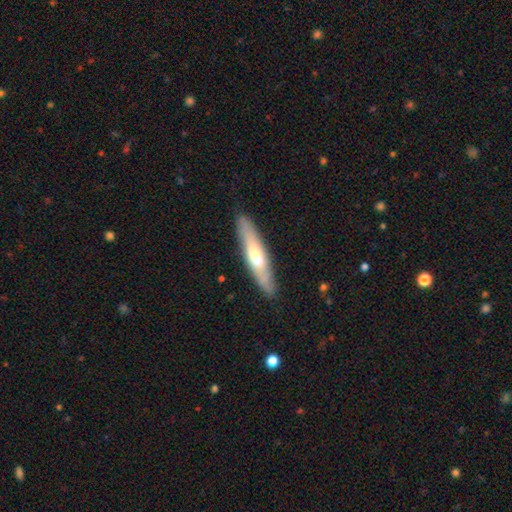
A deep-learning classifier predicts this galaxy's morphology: Q: Smooth or featured?
A: smooth (50%); runner-up: featured or disk (45%)
Q: Merging?
A: none (87%); runner-up: minor disturbance (10%)